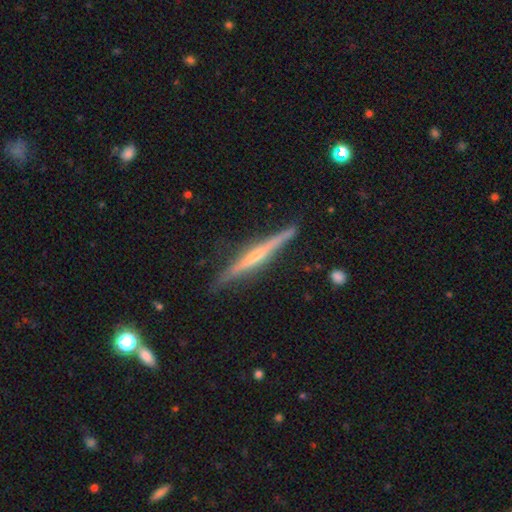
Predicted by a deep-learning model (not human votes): smooth-or-featured: featured or disk: 70% | smooth: 25% | star or artifact: 6%
  disk-edge-on: yes: 97% | no: 3%
    edge-on-bulge: none: 46% | rounded: 43% | boxy: 11%
  merging: none: 83% | minor disturbance: 13% | major disturbance: 2% | merger: 2%